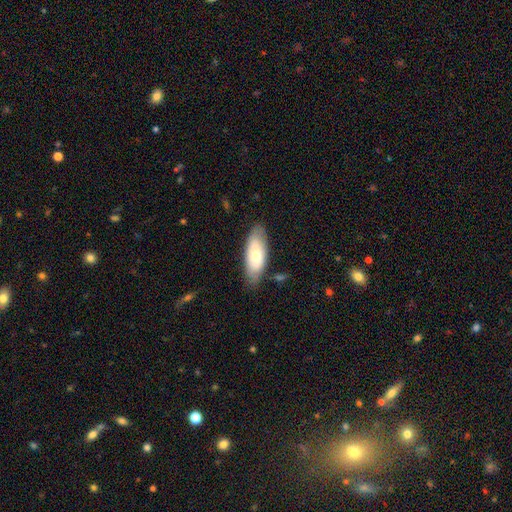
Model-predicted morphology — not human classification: Q: Smooth or featured?
A: smooth (67%); runner-up: featured or disk (27%)
Q: How rounded?
A: in between (82%); runner-up: cigar-shaped (16%)
Q: Merging?
A: none (78%); runner-up: minor disturbance (16%)